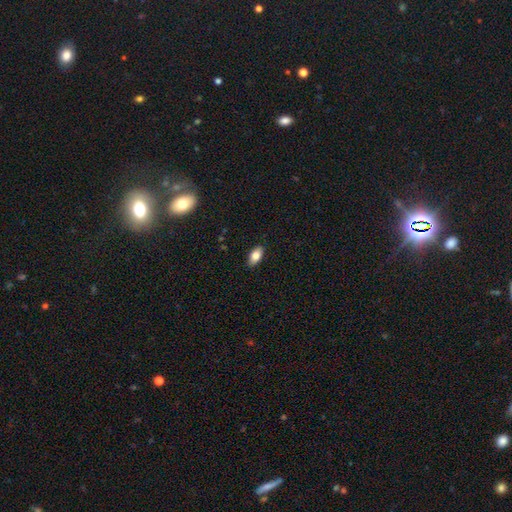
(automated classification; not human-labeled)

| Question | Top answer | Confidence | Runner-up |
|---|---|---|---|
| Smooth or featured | smooth | 82% | featured or disk (11%) |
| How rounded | in between | 91% | cigar-shaped (5%) |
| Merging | none | 87% | minor disturbance (10%) |